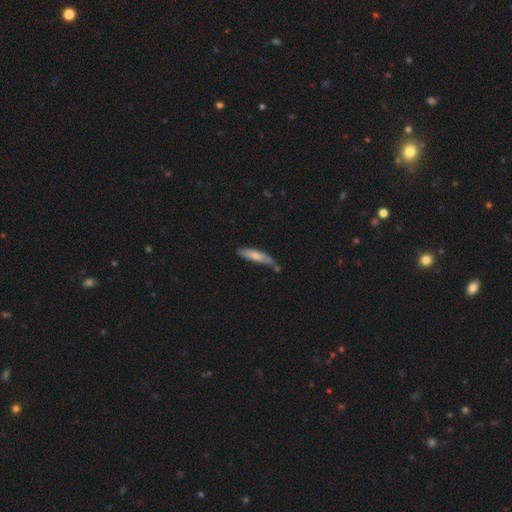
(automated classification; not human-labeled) Morphology: type=smooth (72%); roundness=cigar-shaped (80%); merging=none (59%).